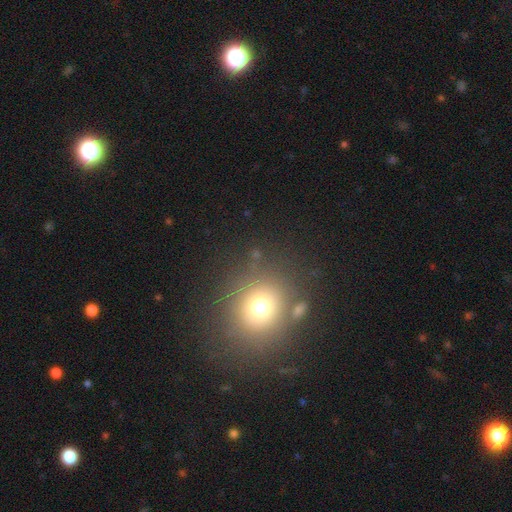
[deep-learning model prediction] The model was most divided on "smooth or featured": smooth: 67%, star or artifact: 21%, featured or disk: 12%. More confident: how rounded — round (84%); merging — none (76%).